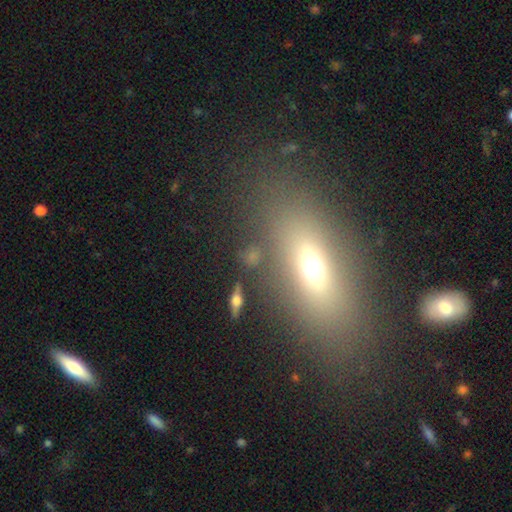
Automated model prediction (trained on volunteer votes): Smooth or featured: smooth — 55% (featured or disk — 25%)
How rounded: in between — 67% (cigar-shaped — 22%)
Merging: none — 74% (minor disturbance — 12%)